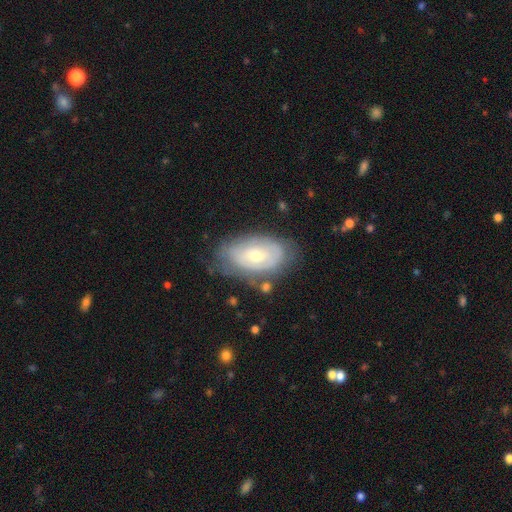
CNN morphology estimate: Smooth or featured? Predicted: featured or disk (p=0.60). Edge-on disk? Predicted: no (p=0.92). Bar? Predicted: no (p=0.67). Spiral arms? Predicted: yes (p=0.63). Bulge size? Predicted: small (p=0.50). Merging? Predicted: none (p=0.66).